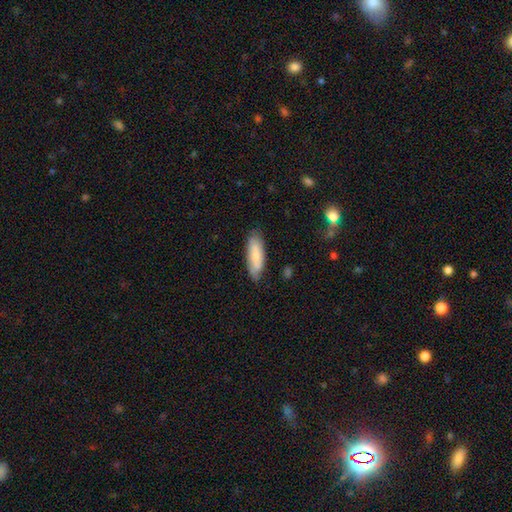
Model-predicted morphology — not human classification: smooth_or_featured: smooth (p=0.75) [alt: featured or disk p=0.19]
how_rounded: in between (p=0.57) [alt: cigar-shaped p=0.42]
merging: none (p=0.78) [alt: minor disturbance p=0.18]